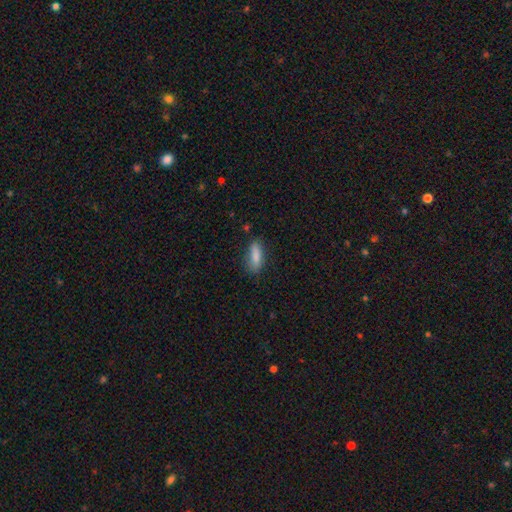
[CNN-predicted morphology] A smooth galaxy with no disk features (84%) that is in between round and cigar-shaped (58%). Merging: none (77%).